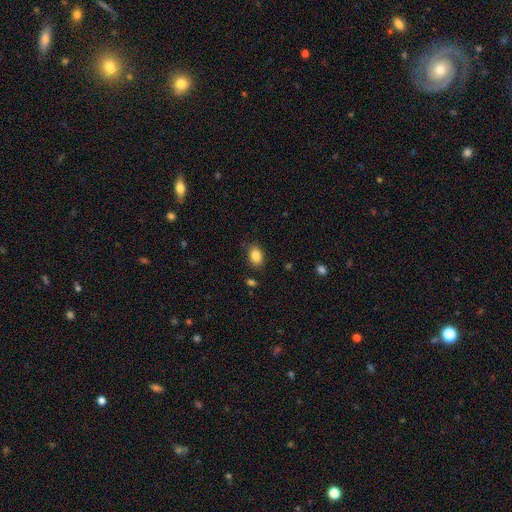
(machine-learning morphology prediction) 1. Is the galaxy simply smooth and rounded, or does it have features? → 86% smooth, 9% star or artifact, 5% featured or disk.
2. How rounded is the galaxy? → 82% in between, 17% round, 1% cigar-shaped.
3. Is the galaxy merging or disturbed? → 83% none, 12% minor disturbance, 3% major disturbance, 2% merger.